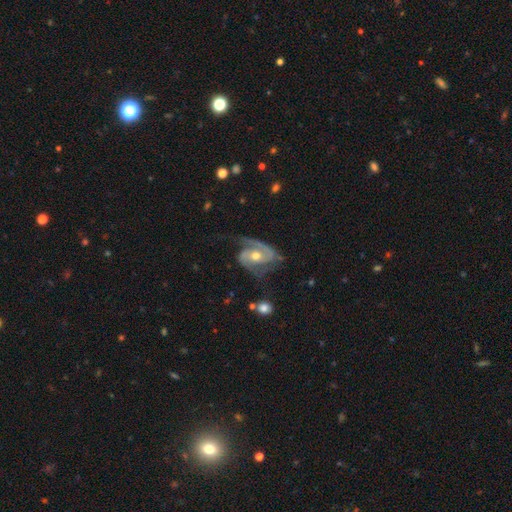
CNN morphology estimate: This appears to be a featured or disk galaxy (90%) with no bar (53%), 2 (83%) medium (51%) spiral arms (97%) and a moderate central bulge (73%). Merging: none (59%).